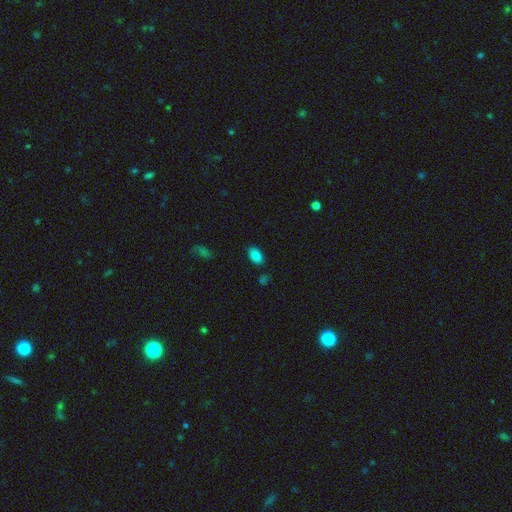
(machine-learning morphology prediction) This appears to be a smooth galaxy with no disk features (85%) that is in between round and cigar-shaped (91%). Merging: none (84%).